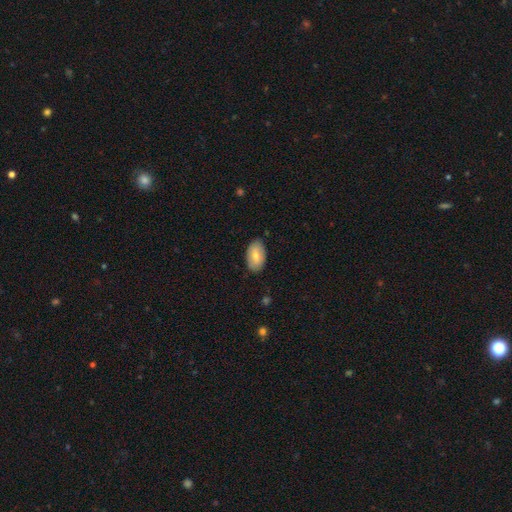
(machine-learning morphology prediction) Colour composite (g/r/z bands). It shows a smooth galaxy with no disk features (75%) that is in between round and cigar-shaped (94%). Merging: none (79%).